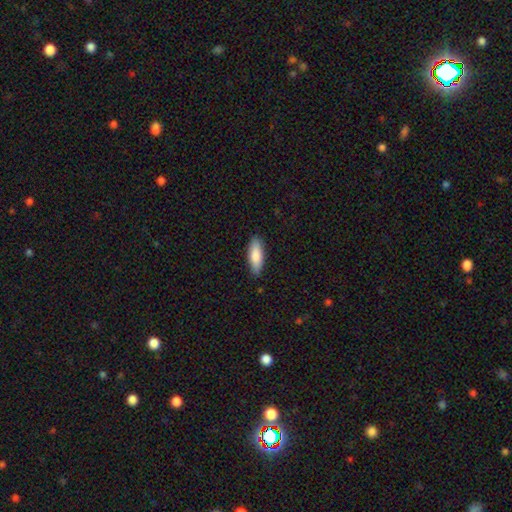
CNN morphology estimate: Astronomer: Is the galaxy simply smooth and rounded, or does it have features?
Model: smooth — 84%.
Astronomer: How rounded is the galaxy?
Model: in between — 60% (runner-up: cigar-shaped, 38%).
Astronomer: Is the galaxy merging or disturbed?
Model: none — 86%.